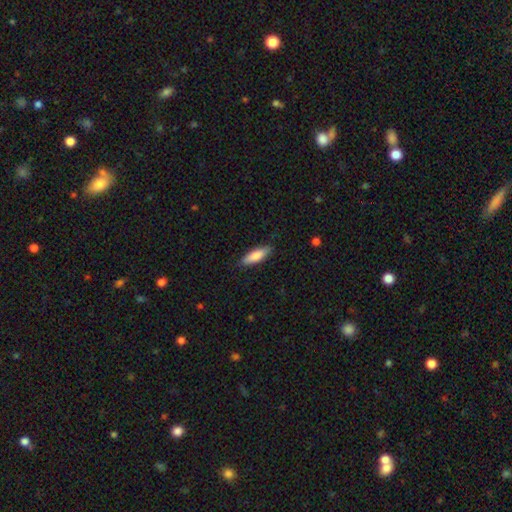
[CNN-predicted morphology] Overall: smooth (80%). How rounded: in between (50%; cigar-shaped 48%). Merging: none (86%).